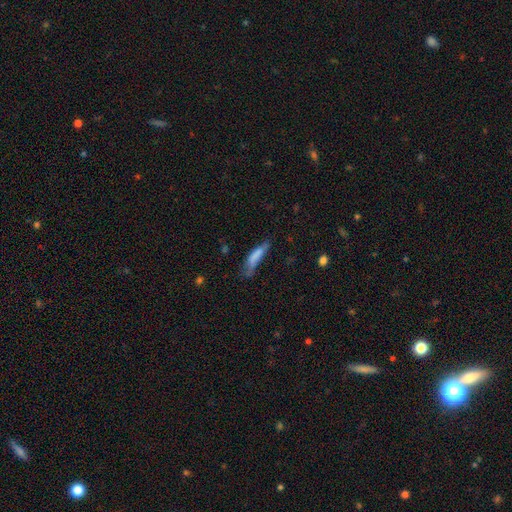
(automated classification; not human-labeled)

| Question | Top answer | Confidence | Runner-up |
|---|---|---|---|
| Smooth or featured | smooth | 73% | featured or disk (20%) |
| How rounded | cigar-shaped | 72% | in between (27%) |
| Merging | none | 40% | minor disturbance (34%) |